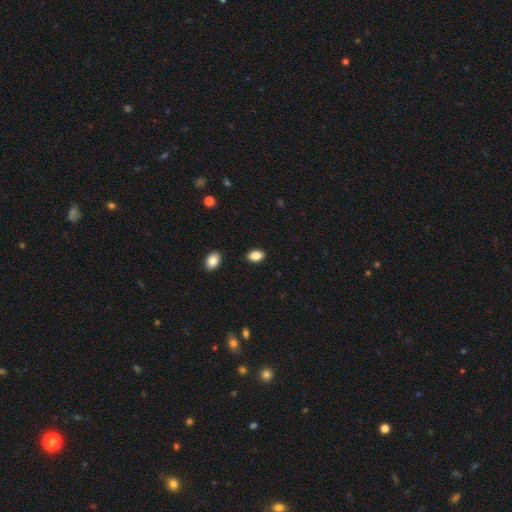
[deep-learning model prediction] Q: Smooth or featured?
A: smooth (86%); runner-up: star or artifact (8%)
Q: How rounded?
A: in between (87%); runner-up: round (12%)
Q: Merging?
A: none (88%); runner-up: minor disturbance (8%)